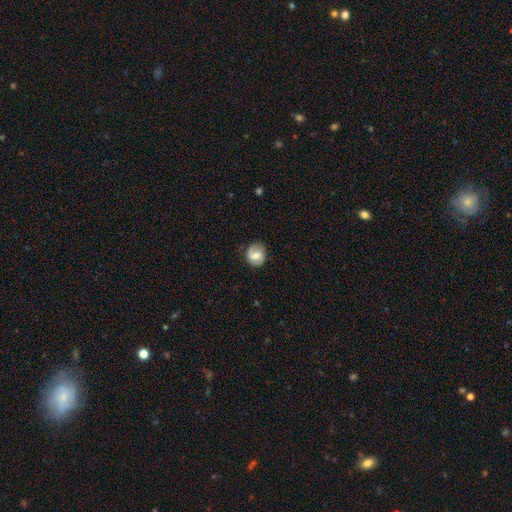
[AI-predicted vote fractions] Smooth or featured? featured or disk (56%)
Edge-on disk? no (97%)
Bar? weak (50%)
Spiral arms? yes (83%)
Bulge size? moderate (61%)
Merging? none (79%)